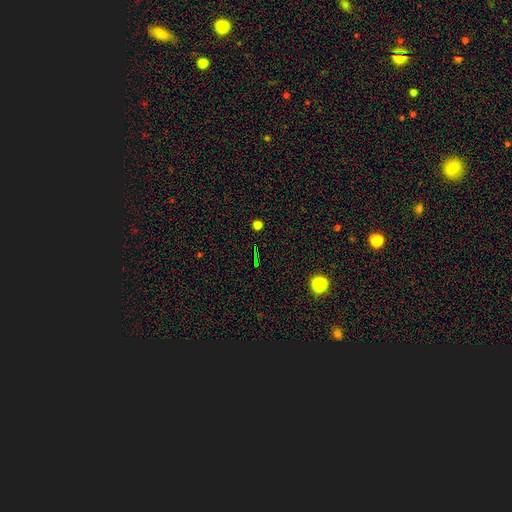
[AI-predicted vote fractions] Smooth or featured? star or artifact (73%)